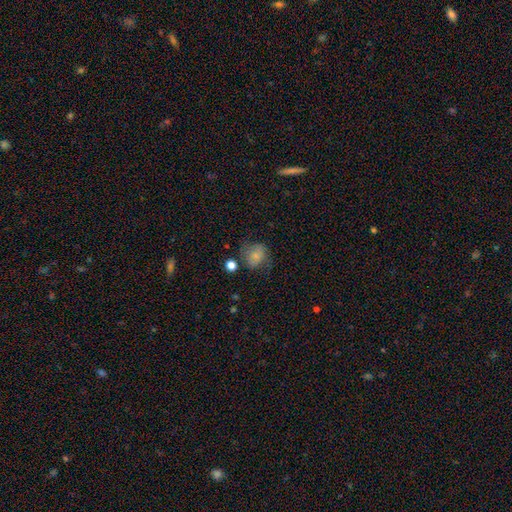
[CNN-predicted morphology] A smooth galaxy with no disk features (73%) that is round (61%).

Vote fractions:
- Smooth or featured? smooth: 73% / featured or disk: 15% / star or artifact: 11%
- How rounded? round: 61% / in between: 38% / cigar-shaped: 1%
- Merging? none: 56% / minor disturbance: 27% / major disturbance: 13% / merger: 5%